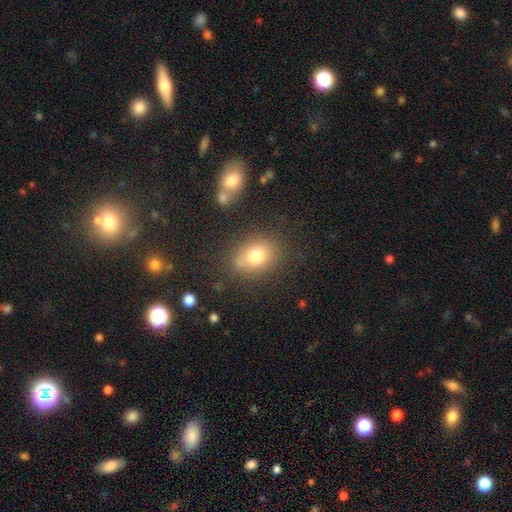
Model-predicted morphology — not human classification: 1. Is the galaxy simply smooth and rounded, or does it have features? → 75% smooth, 13% featured or disk, 11% star or artifact.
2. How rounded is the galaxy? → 64% in between, 35% round, 1% cigar-shaped.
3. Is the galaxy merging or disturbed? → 72% none, 15% minor disturbance, 7% merger, 5% major disturbance.